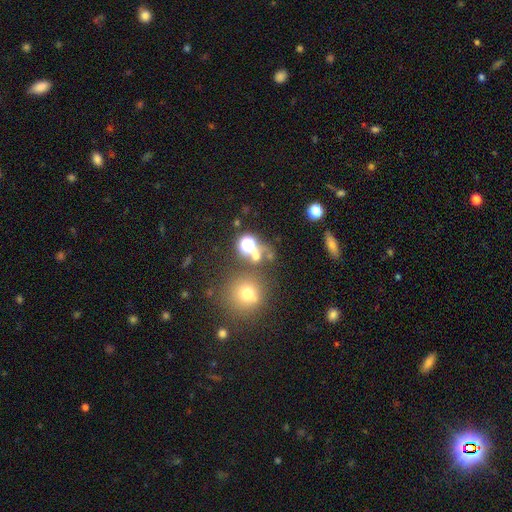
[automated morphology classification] smooth 45%, star or artifact 42%, featured or disk 13%. Down the decision tree: merging — none (51%).